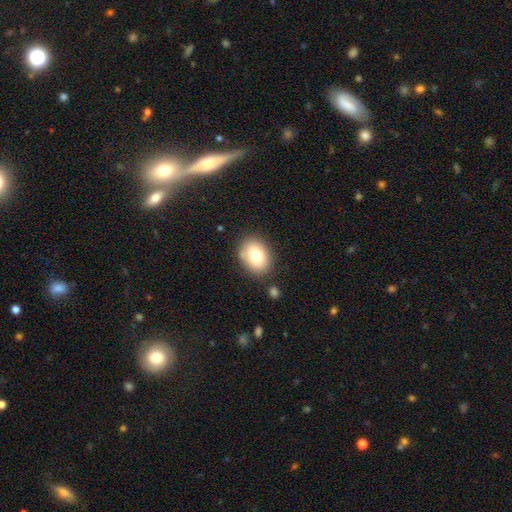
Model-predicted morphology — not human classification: smooth 78%, featured or disk 13%, star or artifact 9%. Down the decision tree: how rounded — in between (62%); merging — none (80%).